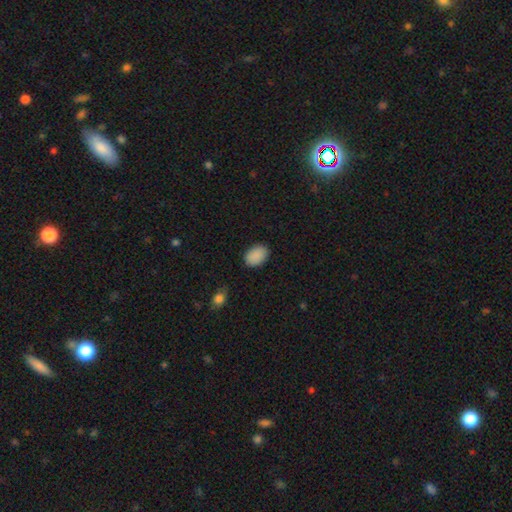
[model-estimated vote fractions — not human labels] smooth 89%, star or artifact 8%, featured or disk 3%. Down the decision tree: how rounded — in between (83%); merging — none (85%).